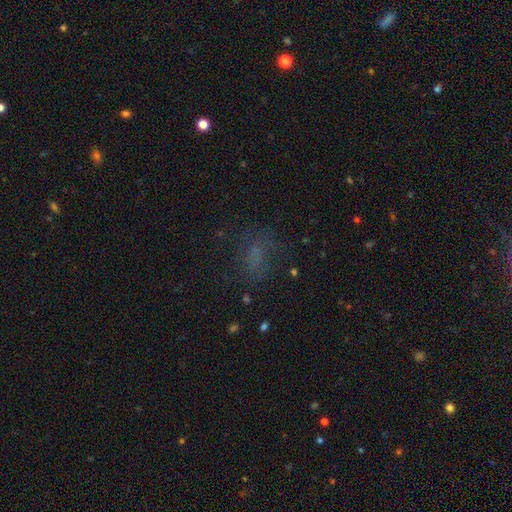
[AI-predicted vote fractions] smooth-or-featured: smooth: 52% | star or artifact: 29% | featured or disk: 20%
  how-rounded: in between: 71% | round: 22% | cigar-shaped: 7%
  merging: none: 61% | major disturbance: 19% | minor disturbance: 18% | merger: 2%